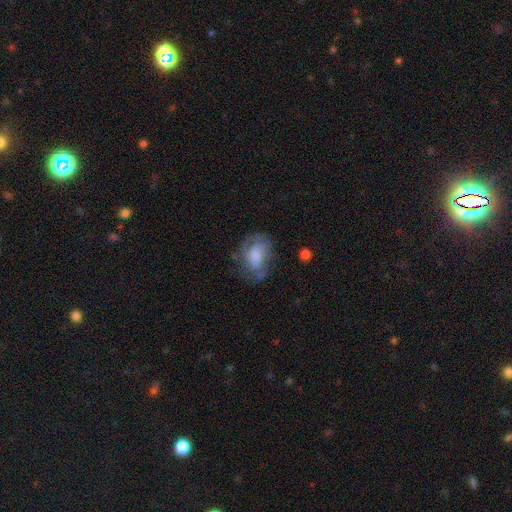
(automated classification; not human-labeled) Overall: smooth (53%; featured or disk 39%). How rounded: in between (80%). Merging: none (50%; minor disturbance 27%).